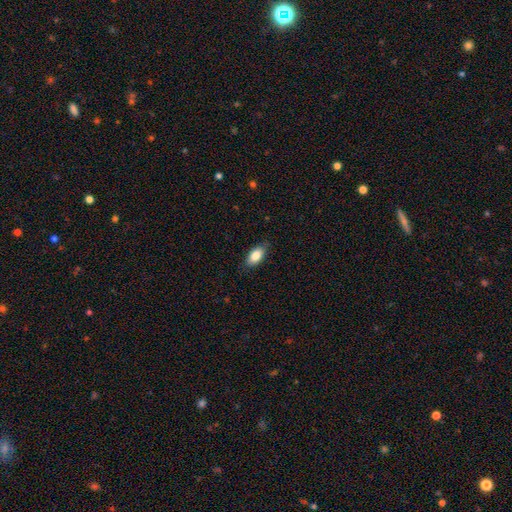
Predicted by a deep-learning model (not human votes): Smooth or featured?
  - smooth: 84% *
  - featured or disk: 9%
  - star or artifact: 7%
How rounded?
  - in between: 90% *
  - cigar-shaped: 6%
  - round: 3%
Merging?
  - none: 83% *
  - minor disturbance: 13%
  - major disturbance: 2%
  - merger: 1%